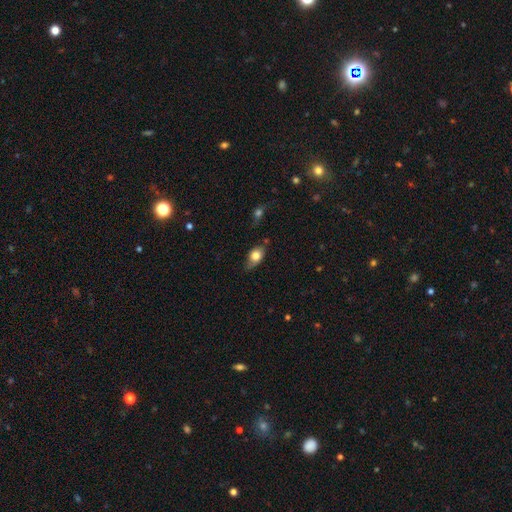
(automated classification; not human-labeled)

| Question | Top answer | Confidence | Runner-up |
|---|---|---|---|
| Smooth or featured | smooth | 74% | featured or disk (18%) |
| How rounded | in between | 78% | round (18%) |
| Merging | none | 53% | minor disturbance (33%) |